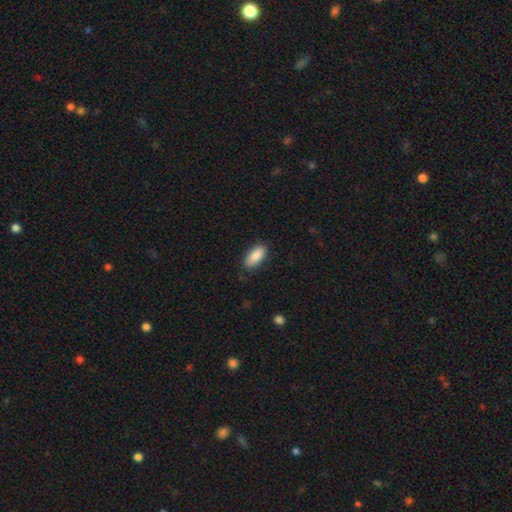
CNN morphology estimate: Smooth or featured? Predicted: smooth (p=0.89). How rounded? Predicted: in between (p=0.86). Merging? Predicted: none (p=0.84).